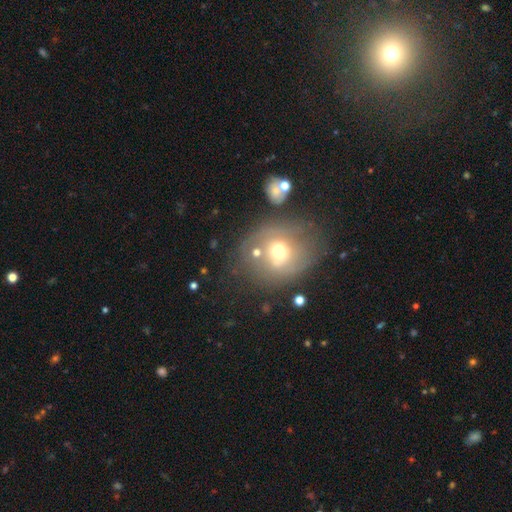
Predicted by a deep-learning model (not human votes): Q: Smooth or featured?
A: smooth (47%); runner-up: featured or disk (36%)
Q: Merging?
A: none (57%); runner-up: minor disturbance (20%)